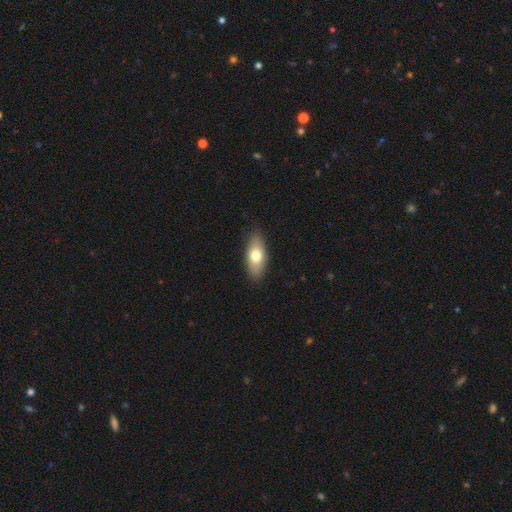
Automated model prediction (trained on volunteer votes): Smooth or featured? Predicted: smooth (p=0.71). How rounded? Predicted: in between (p=0.83). Merging? Predicted: none (p=0.86).